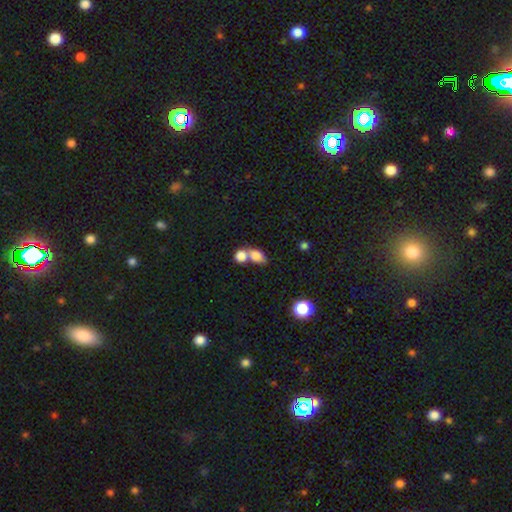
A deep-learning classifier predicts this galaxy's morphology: Q: Smooth or featured?
A: smooth (81%); runner-up: featured or disk (10%)
Q: How rounded?
A: in between (67%); runner-up: round (30%)
Q: Merging?
A: merger (61%); runner-up: none (28%)